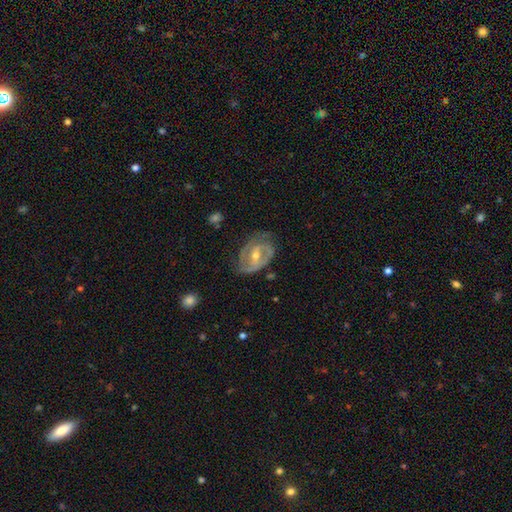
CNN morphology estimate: smooth-or-featured: featured or disk: 83% | smooth: 12% | star or artifact: 6%
  disk-edge-on: no: 96% | yes: 4%
    bar: weak: 45% | strong: 29% | no: 26%
    has-spiral-arms: yes: 87% | no: 13%
      spiral-winding: tight: 48% | medium: 40% | loose: 12%
      spiral-arm-count: 2: 68% | can't tell: 16% | 3: 8% | 1: 5% | 4: 2% | more than 4: 2%
    bulge-size: moderate: 57% | small: 39% | large: 2% | none: 1% | dominant: 1%
  merging: none: 67% | minor disturbance: 22% | major disturbance: 9% | merger: 2%